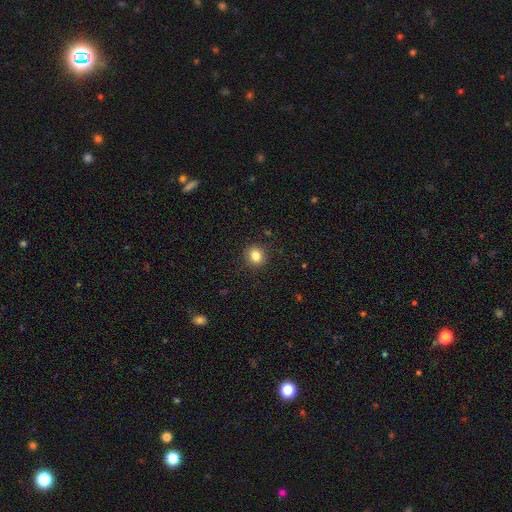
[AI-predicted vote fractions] Smooth or featured? smooth (84%)
How rounded? round (75%)
Merging? none (89%)